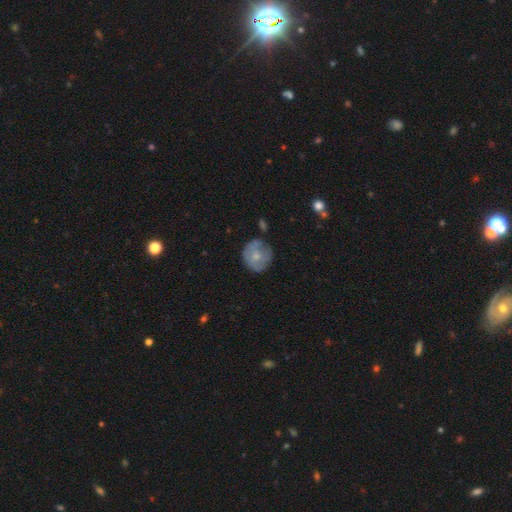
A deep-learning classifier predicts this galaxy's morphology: Q: Smooth or featured?
A: smooth (60%); runner-up: featured or disk (33%)
Q: How rounded?
A: round (86%); runner-up: in between (13%)
Q: Merging?
A: none (61%); runner-up: minor disturbance (26%)